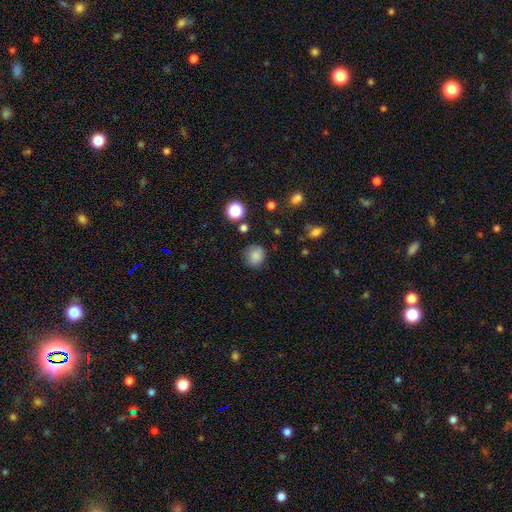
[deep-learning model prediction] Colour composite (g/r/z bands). It shows a smooth galaxy with no disk features (83%) that is round (82%). Merging: none (80%).